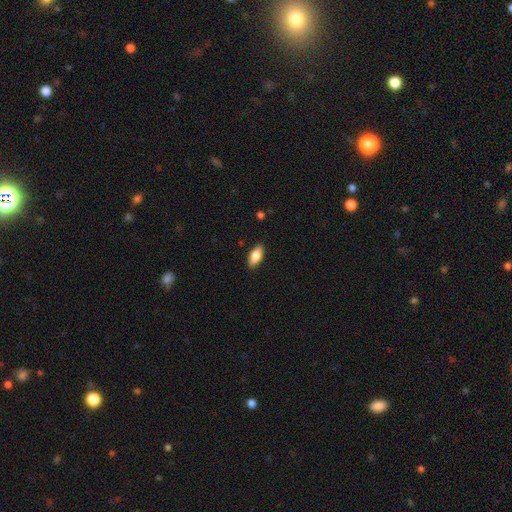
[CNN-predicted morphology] Overall: smooth (81%). How rounded: in between (87%). Merging: none (88%).